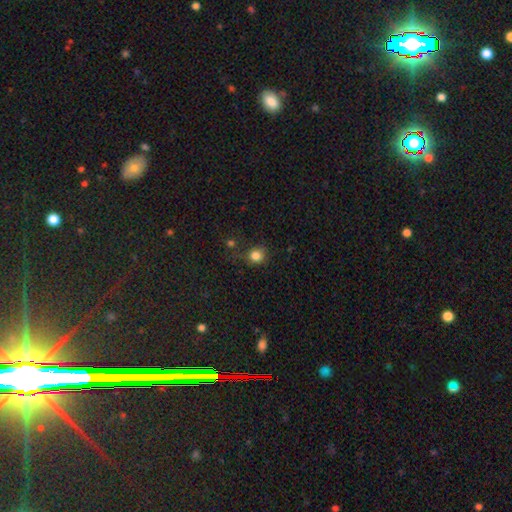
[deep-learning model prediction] A smooth galaxy with no disk features (82%) that is round (83%). Merging: none (66%).